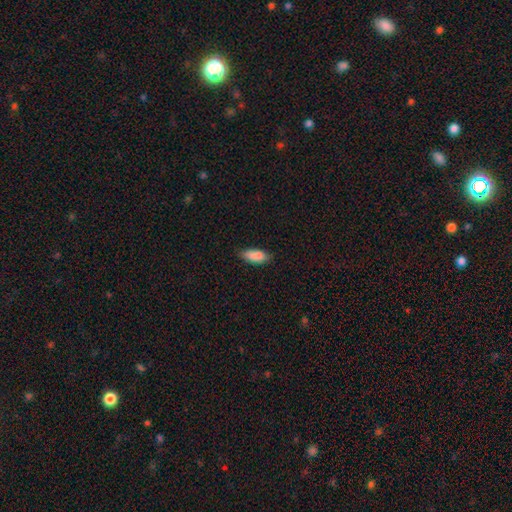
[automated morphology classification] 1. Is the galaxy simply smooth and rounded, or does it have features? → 87% smooth, 7% star or artifact, 6% featured or disk.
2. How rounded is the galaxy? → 80% in between, 18% cigar-shaped, 2% round.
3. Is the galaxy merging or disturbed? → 75% none, 20% minor disturbance, 3% major disturbance, 1% merger.